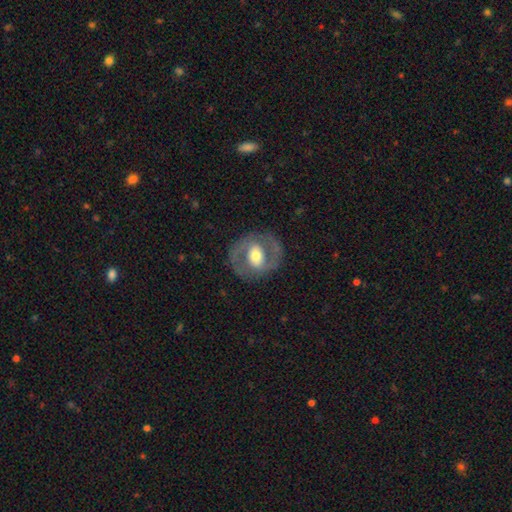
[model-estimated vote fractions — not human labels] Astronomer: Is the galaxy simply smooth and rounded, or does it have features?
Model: featured or disk — 73%.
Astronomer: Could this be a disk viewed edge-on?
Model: no — 96%.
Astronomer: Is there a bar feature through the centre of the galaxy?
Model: weak — 39% (runner-up: no, 33%).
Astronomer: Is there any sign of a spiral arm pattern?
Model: yes — 68%.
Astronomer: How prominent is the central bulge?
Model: moderate — 60%.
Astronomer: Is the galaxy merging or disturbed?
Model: none — 79%.